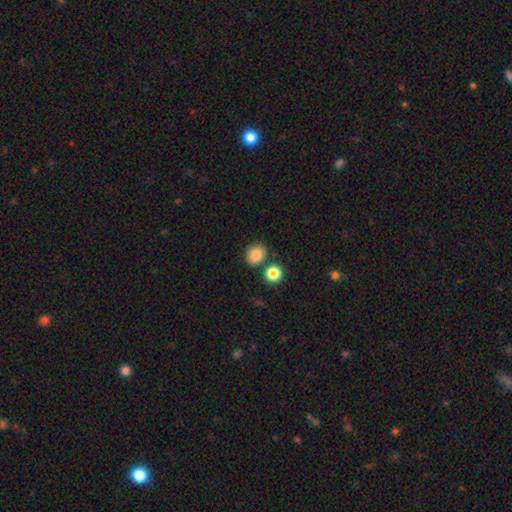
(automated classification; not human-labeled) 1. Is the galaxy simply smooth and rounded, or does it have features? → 86% smooth, 10% star or artifact, 4% featured or disk.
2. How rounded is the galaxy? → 65% round, 34% in between, 1% cigar-shaped.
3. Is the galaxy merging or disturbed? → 77% none, 10% minor disturbance, 10% merger, 3% major disturbance.